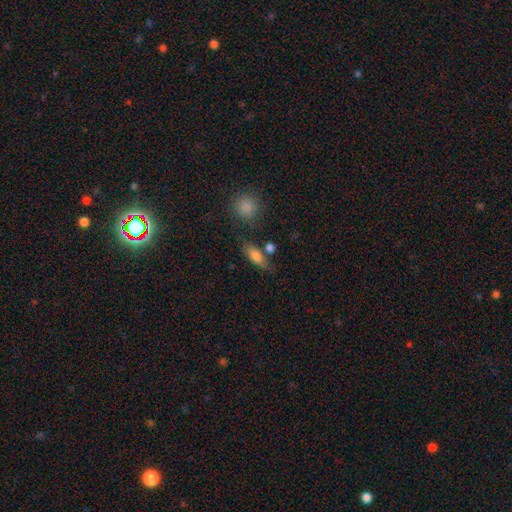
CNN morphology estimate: Overall: smooth (76%). How rounded: in between (71%). Merging: none (65%).